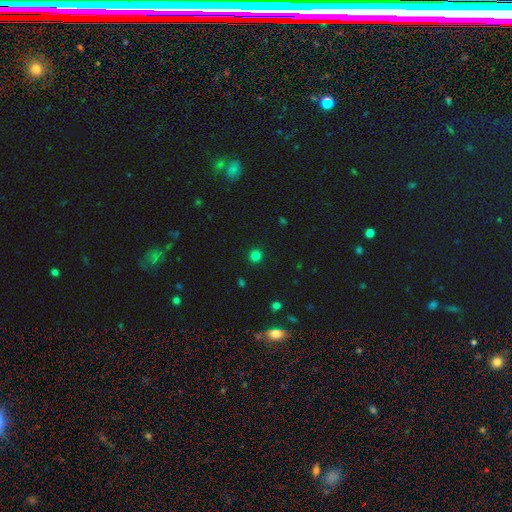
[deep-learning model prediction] Smooth or featured? smooth (81%)
How rounded? round (93%)
Merging? none (92%)